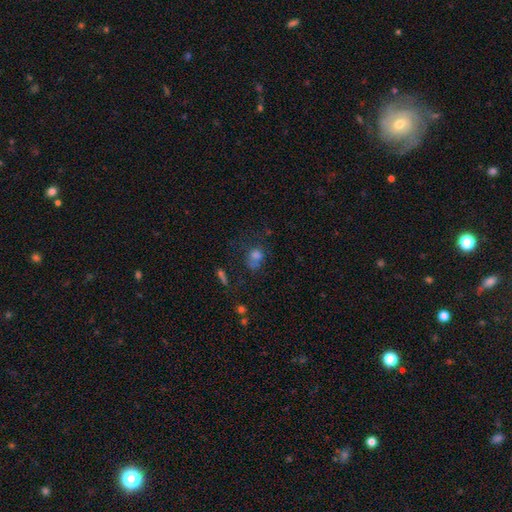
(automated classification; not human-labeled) Q: Smooth or featured?
A: smooth (56%); runner-up: star or artifact (27%)
Q: How rounded?
A: round (65%); runner-up: in between (33%)
Q: Merging?
A: none (47%); runner-up: major disturbance (19%)